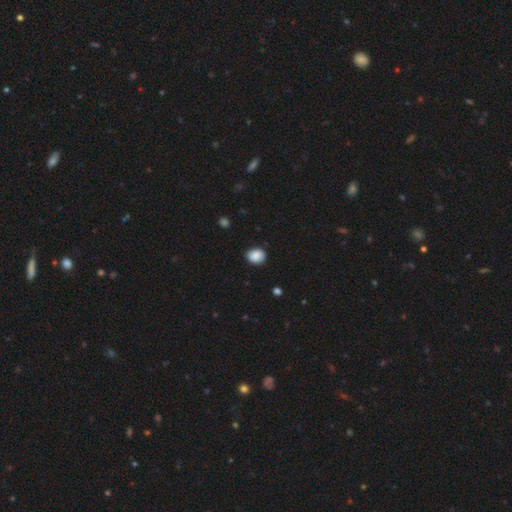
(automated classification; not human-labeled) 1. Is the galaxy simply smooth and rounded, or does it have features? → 86% smooth, 8% star or artifact, 6% featured or disk.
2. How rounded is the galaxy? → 55% round, 44% in between, 1% cigar-shaped.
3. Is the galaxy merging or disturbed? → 85% none, 12% minor disturbance, 2% major disturbance, 1% merger.